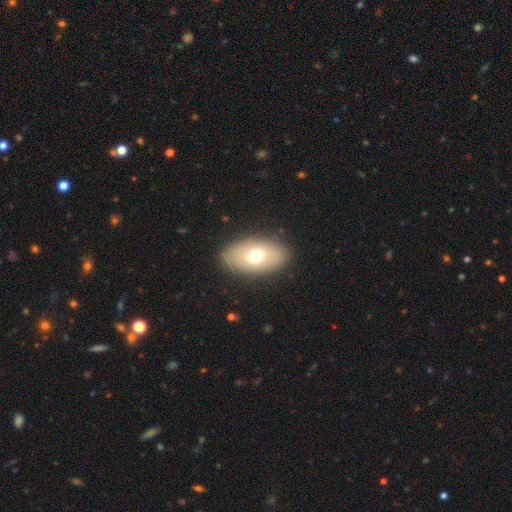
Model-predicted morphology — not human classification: This is likely a smooth galaxy (66%). How rounded: clearly in between (89%). Merging: clearly none (86%).